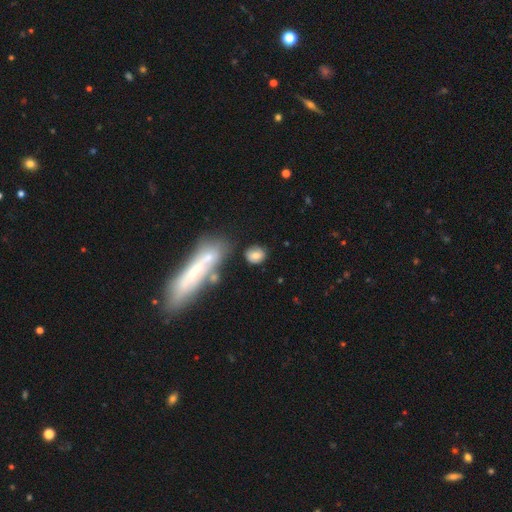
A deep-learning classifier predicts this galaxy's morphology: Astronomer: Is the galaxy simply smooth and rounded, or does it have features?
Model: smooth — 73%.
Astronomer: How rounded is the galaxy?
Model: round — 51% (runner-up: in between, 44%).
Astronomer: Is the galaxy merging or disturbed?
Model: none — 71%.